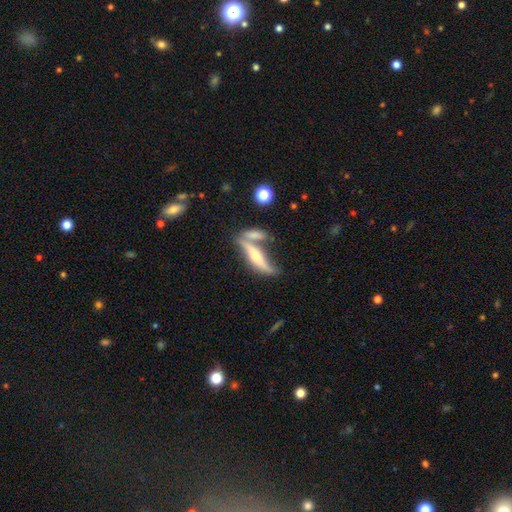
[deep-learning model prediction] Morphology: type=featured or disk (63%); edge-on=yes (85%); edge-on bulge=rounded (87%); merging=none (46%).